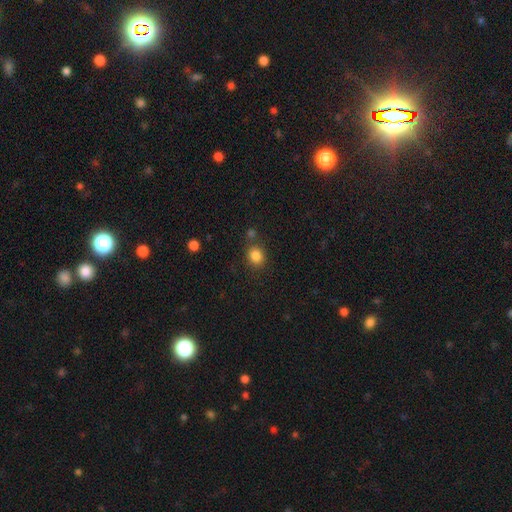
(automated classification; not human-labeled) Morphology: type=smooth (84%); roundness=round (69%); merging=none (77%).